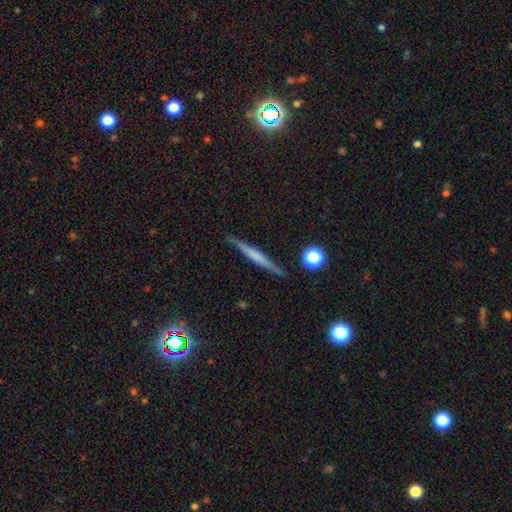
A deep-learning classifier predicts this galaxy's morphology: This appears to be a featured or disk galaxy (55%) viewed edge-on (97%) with no central bulge (55%). Merging: none (89%).